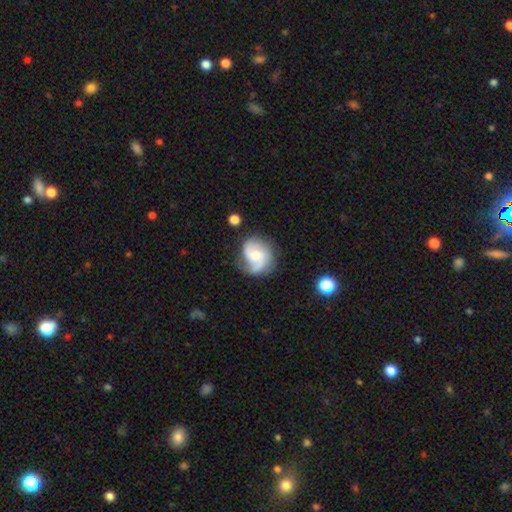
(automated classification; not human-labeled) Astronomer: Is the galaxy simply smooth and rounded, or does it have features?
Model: featured or disk — 74%.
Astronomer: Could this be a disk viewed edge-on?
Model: no — 98%.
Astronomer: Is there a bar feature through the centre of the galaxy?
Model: no — 56% (runner-up: weak, 38%).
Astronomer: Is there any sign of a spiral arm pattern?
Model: yes — 94%.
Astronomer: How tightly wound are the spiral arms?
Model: medium — 47% (runner-up: loose, 33%).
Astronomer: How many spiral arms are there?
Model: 2 — 61%.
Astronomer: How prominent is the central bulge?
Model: moderate — 43% (runner-up: small, 42%).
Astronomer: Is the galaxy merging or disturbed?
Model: none — 64%.